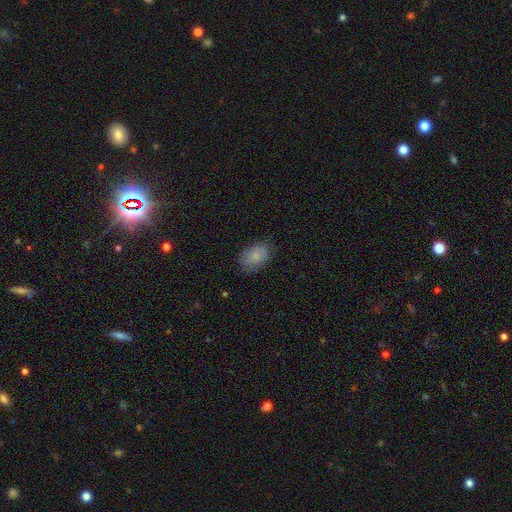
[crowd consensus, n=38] Smooth or featured?
  - smooth: 79% *
  - featured or disk: 18%
  - star or artifact: 3%
How rounded?
  - in between: 83% *
  - round: 13%
  - cigar-shaped: 3%
Merging?
  - none: 78% *
  - minor disturbance: 16%
  - major disturbance: 5%
  - merger: 0%